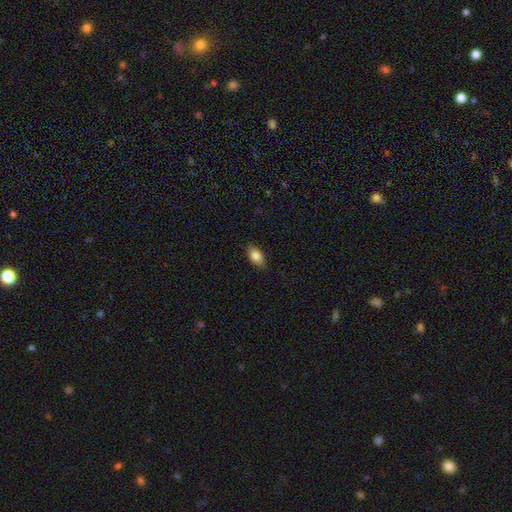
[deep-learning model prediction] This is clearly a smooth galaxy (83%). How rounded: clearly in between (89%). Merging: clearly none (87%).